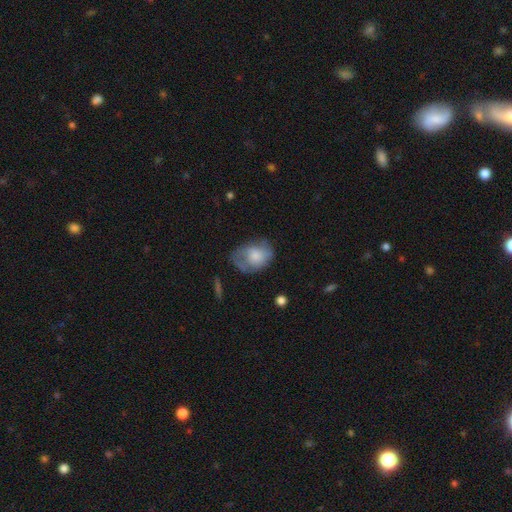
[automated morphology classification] smooth-or-featured: smooth: 60% | featured or disk: 33% | star or artifact: 7%
  how-rounded: in between: 68% | round: 31% | cigar-shaped: 1%
  merging: none: 46% | minor disturbance: 31% | major disturbance: 20% | merger: 2%